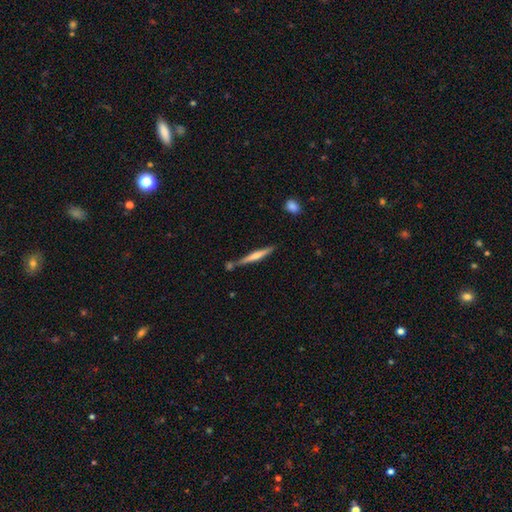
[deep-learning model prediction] This appears to be a featured or disk galaxy (48%). Merging: none (71%).